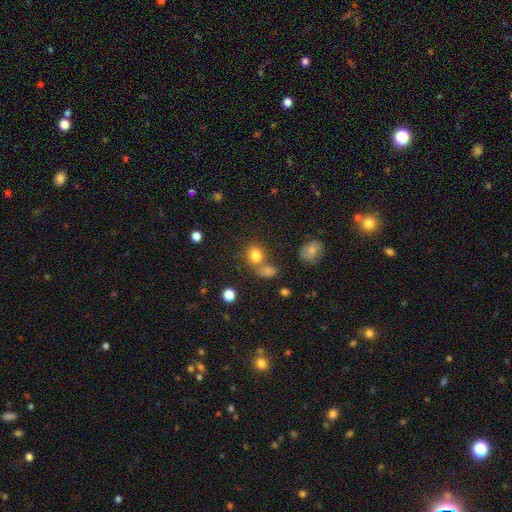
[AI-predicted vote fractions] Smooth or featured: smooth — 80% (star or artifact — 12%)
How rounded: round — 77% (in between — 22%)
Merging: none — 55% (merger — 29%)